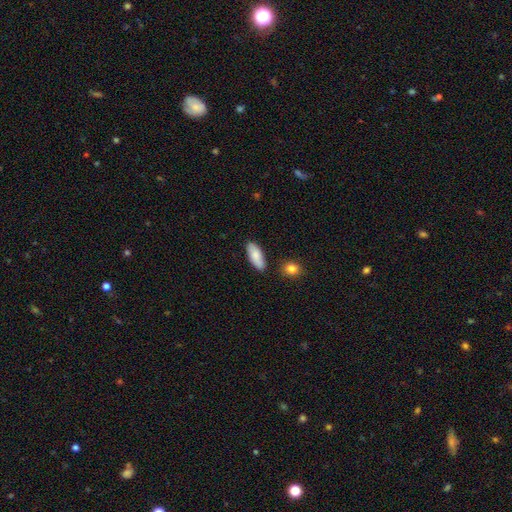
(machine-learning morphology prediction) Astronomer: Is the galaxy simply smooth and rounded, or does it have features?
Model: smooth — 84%.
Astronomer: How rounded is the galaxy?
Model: in between — 80%.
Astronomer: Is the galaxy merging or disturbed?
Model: none — 83%.